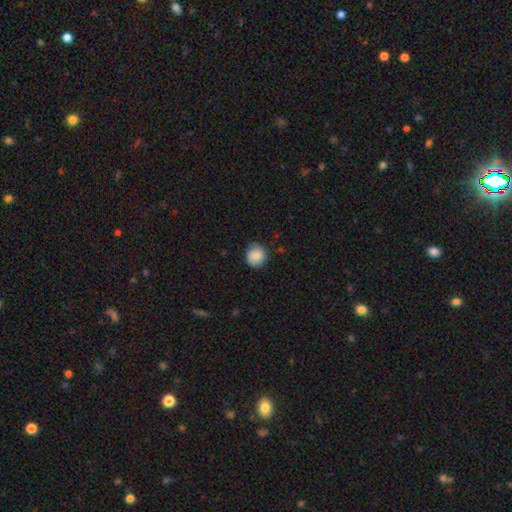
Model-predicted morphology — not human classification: type=smooth (85%); roundness=round (89%); merging=none (83%).